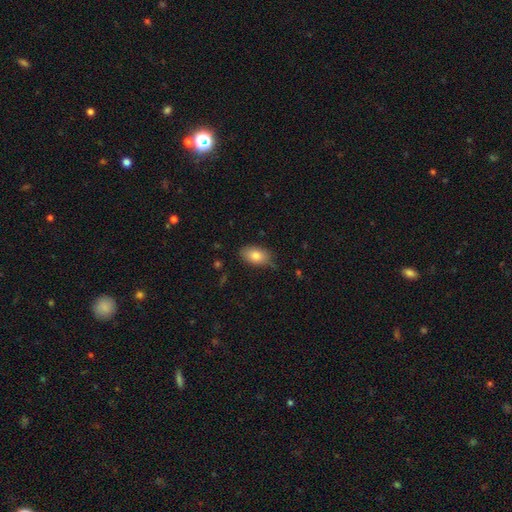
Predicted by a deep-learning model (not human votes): A smooth galaxy with no disk features (80%) that is in between round and cigar-shaped (90%). Merging: none (71%).